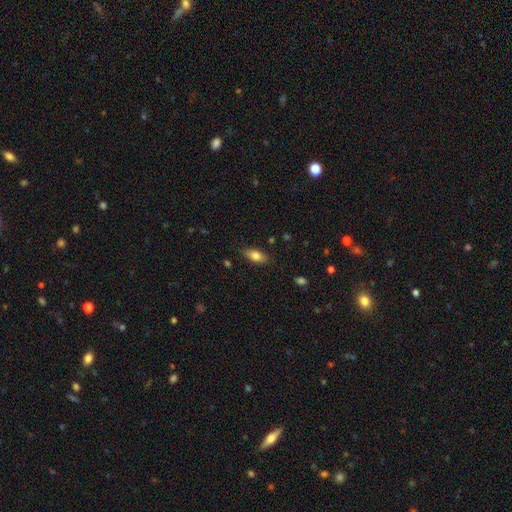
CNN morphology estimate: smooth_or_featured: smooth (p=0.79) [alt: featured or disk p=0.14]
how_rounded: in between (p=0.86) [alt: cigar-shaped p=0.11]
merging: none (p=0.84) [alt: minor disturbance p=0.13]